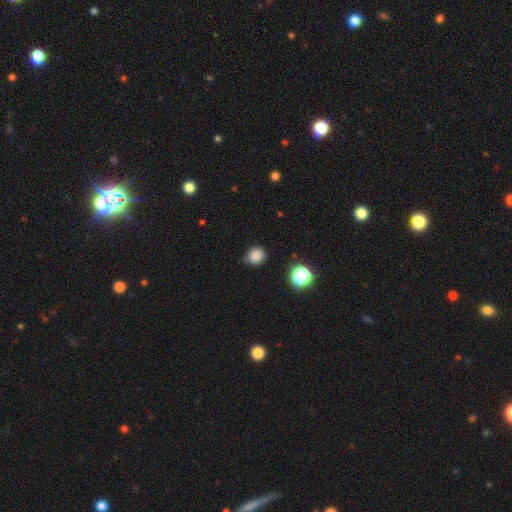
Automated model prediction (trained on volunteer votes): Smooth or featured? Predicted: smooth (p=0.83). How rounded? Predicted: round (p=0.82). Merging? Predicted: none (p=0.81).